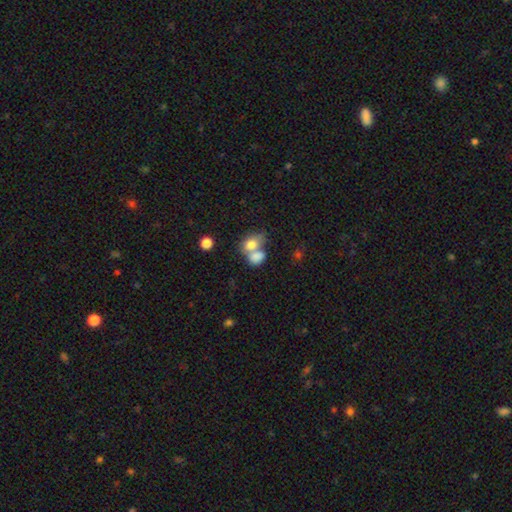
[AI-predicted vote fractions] Q: Smooth or featured?
A: smooth (78%); runner-up: featured or disk (13%)
Q: How rounded?
A: in between (67%); runner-up: round (32%)
Q: Merging?
A: merger (65%); runner-up: none (22%)